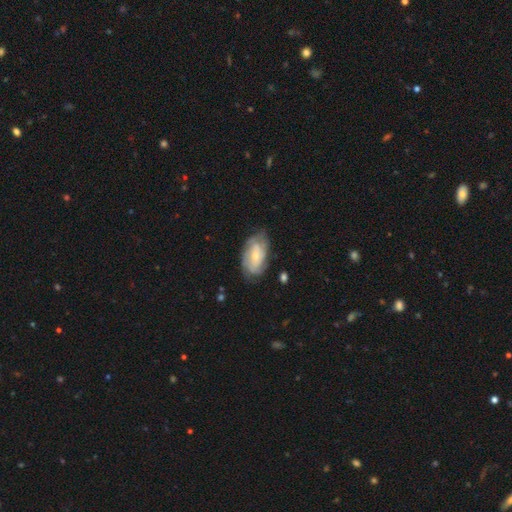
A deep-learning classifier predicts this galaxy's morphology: featured or disk 66%, smooth 28%, star or artifact 6%. Down the decision tree: edge-on disk — no (95%); bar — no (64%); spiral arms — yes (83%); spiral arm count — can't tell (45%); spiral winding — tight (59%); bulge size — small (57%); merging — none (67%).